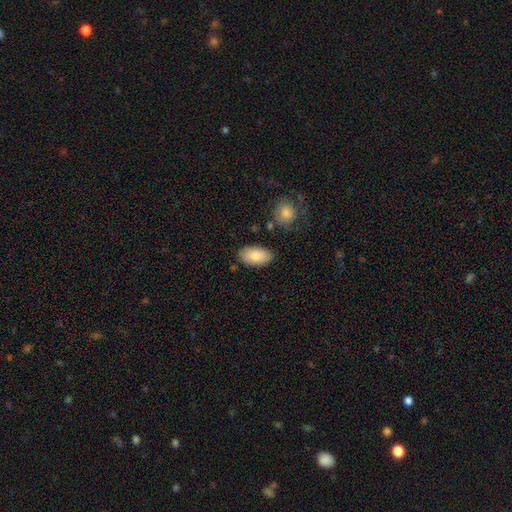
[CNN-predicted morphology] Q: Smooth or featured?
A: smooth (84%); runner-up: featured or disk (10%)
Q: How rounded?
A: in between (94%); runner-up: round (4%)
Q: Merging?
A: none (81%); runner-up: minor disturbance (12%)